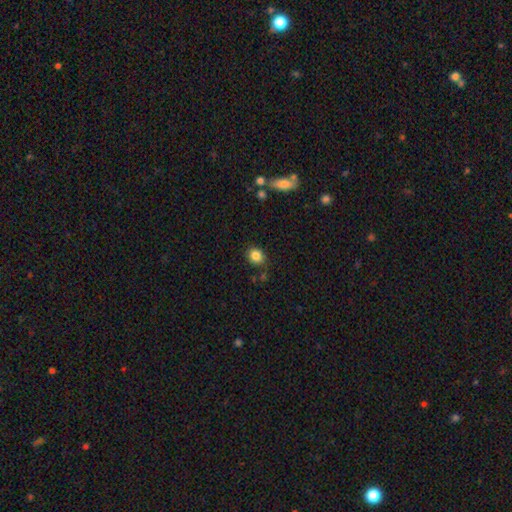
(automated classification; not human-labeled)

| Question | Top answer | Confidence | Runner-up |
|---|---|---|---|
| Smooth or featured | smooth | 85% | star or artifact (10%) |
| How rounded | round | 64% | in between (35%) |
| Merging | none | 82% | minor disturbance (12%) |